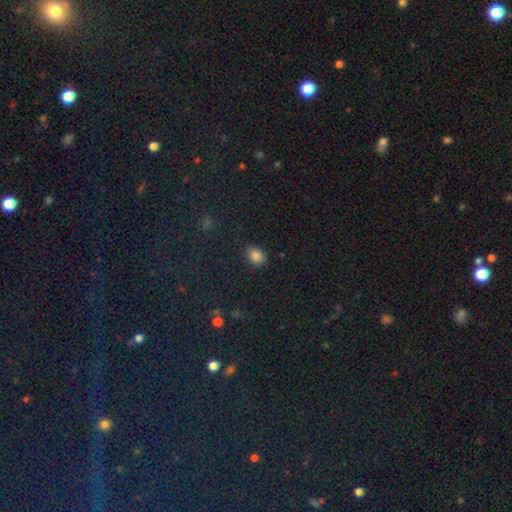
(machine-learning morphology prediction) This is clearly a smooth galaxy (84%). How rounded: possibly in between (54%). Merging: clearly none (86%).